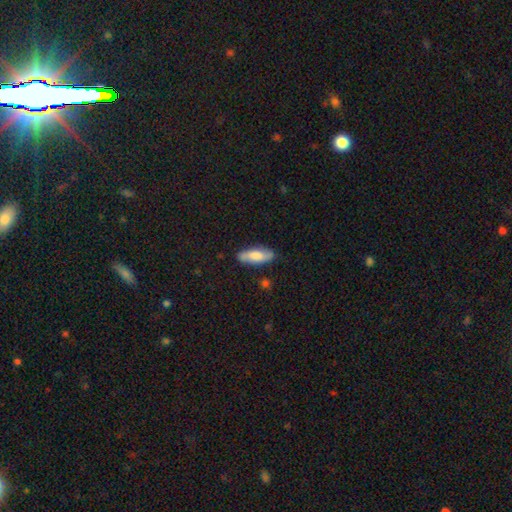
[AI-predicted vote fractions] A smooth galaxy with no disk features (63%) that is in between round and cigar-shaped (66%). Merging: none (82%).